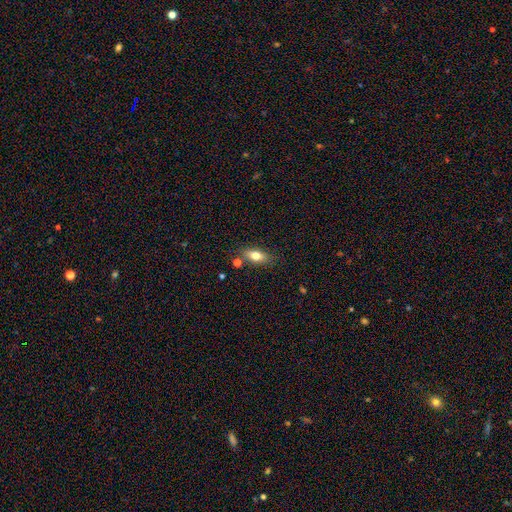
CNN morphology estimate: A smooth galaxy with no disk features (74%) that is in between round and cigar-shaped (81%). Merging: none (77%).